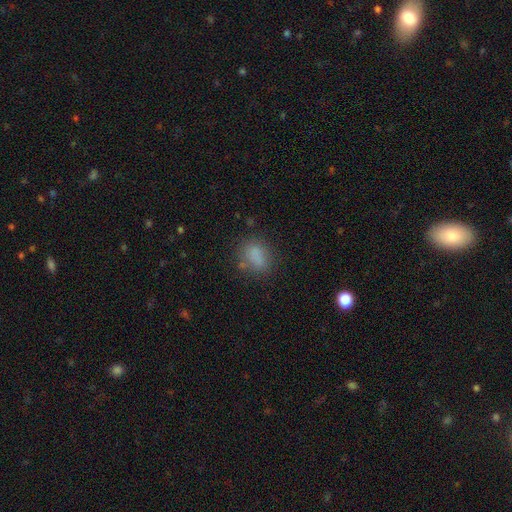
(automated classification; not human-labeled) This appears to be a smooth galaxy with no disk features (79%) that is in between round and cigar-shaped (69%). Merging: none (70%).